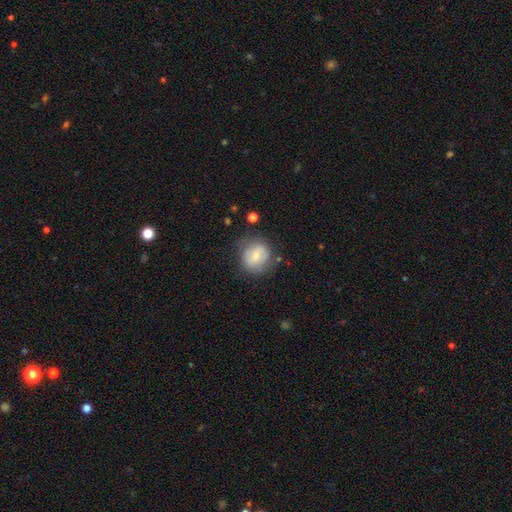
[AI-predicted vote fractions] Smooth or featured?
  - smooth: 61% *
  - featured or disk: 31%
  - star or artifact: 8%
How rounded?
  - round: 78% *
  - in between: 20%
  - cigar-shaped: 1%
Merging?
  - none: 68% *
  - minor disturbance: 21%
  - major disturbance: 8%
  - merger: 3%